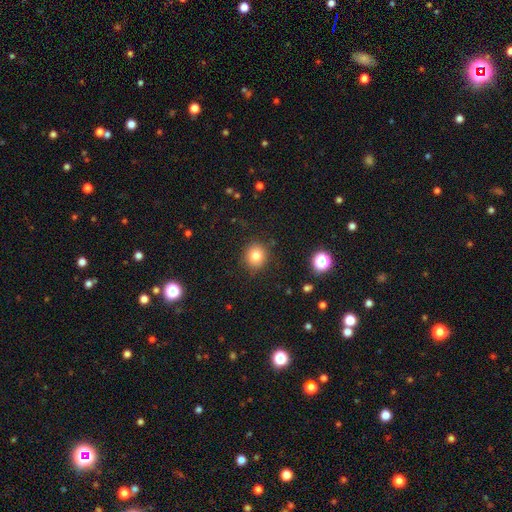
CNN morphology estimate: This is likely a smooth galaxy (79%). How rounded: clearly round (86%). Merging: clearly none (88%).